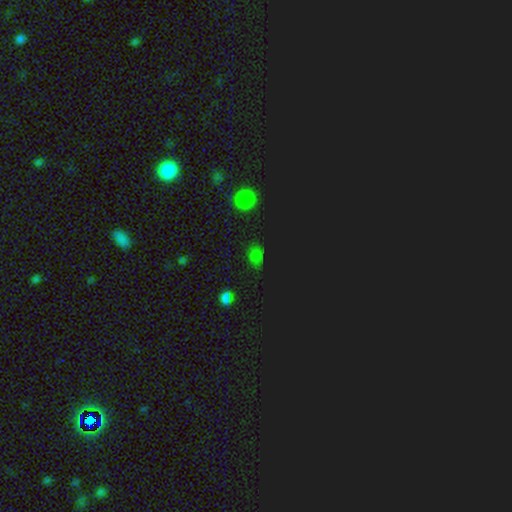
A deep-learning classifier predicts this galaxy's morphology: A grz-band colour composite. It shows a smooth galaxy with no disk features (53%) that is in between round and cigar-shaped (52%). Merging: none (76%).